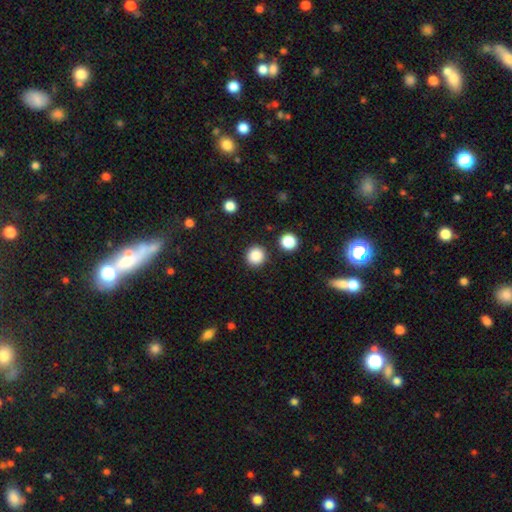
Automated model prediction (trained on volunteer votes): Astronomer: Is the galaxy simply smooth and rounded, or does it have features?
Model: smooth — 86%.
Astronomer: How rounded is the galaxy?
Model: round — 95%.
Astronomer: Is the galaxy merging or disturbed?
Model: none — 90%.